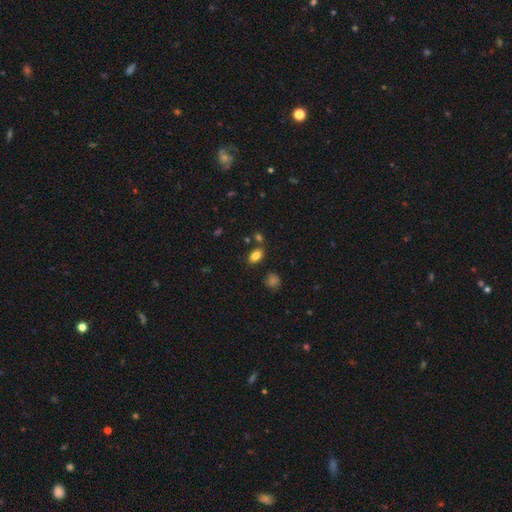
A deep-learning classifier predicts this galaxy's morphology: A smooth galaxy with no disk features (82%) that is in between round and cigar-shaped (87%). Merging: none (73%).